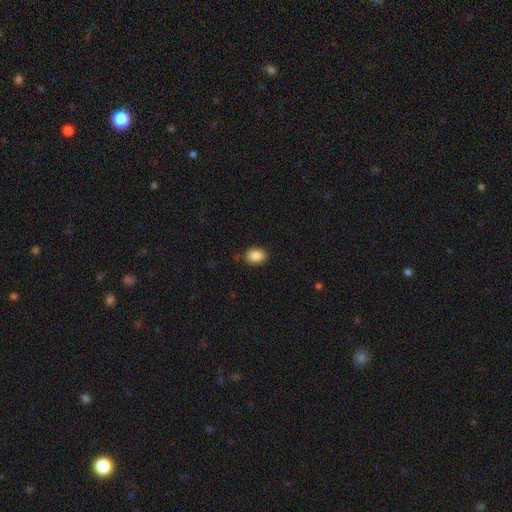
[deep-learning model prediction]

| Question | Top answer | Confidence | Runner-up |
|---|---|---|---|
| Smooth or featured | smooth | 87% | star or artifact (8%) |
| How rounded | in between | 74% | round (24%) |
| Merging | none | 86% | minor disturbance (10%) |